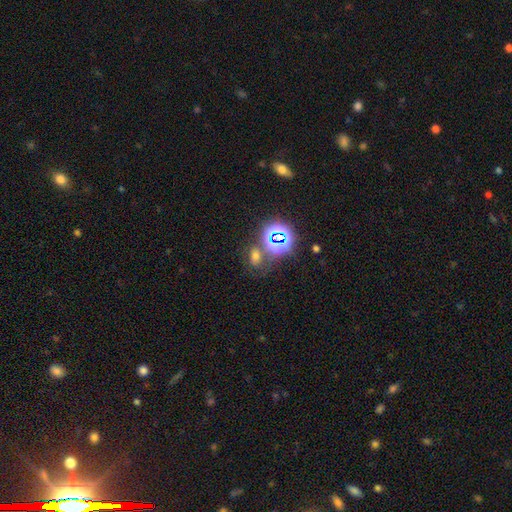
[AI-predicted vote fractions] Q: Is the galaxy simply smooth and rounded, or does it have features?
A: smooth — 45%.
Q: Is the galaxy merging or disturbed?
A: none — 60%.